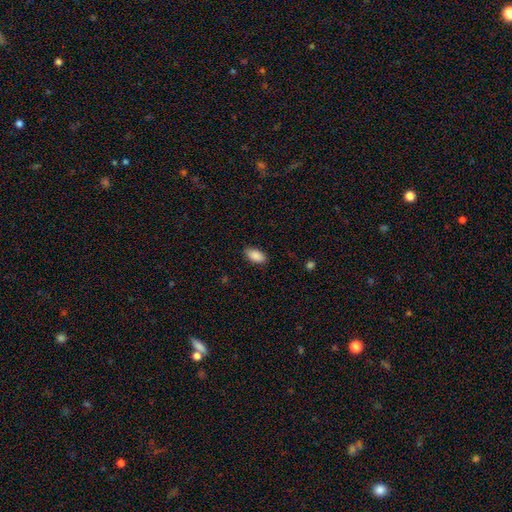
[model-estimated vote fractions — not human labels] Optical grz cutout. It shows a smooth galaxy with no disk features (89%) that is in between round and cigar-shaped (93%). Merging: none (86%).